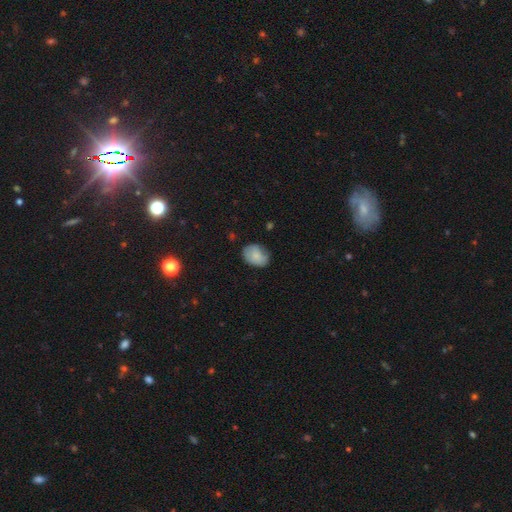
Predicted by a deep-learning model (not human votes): smooth_or_featured: smooth (p=0.78) [alt: featured or disk p=0.14]
how_rounded: in between (p=0.69) [alt: round p=0.29]
merging: none (p=0.66) [alt: minor disturbance p=0.26]